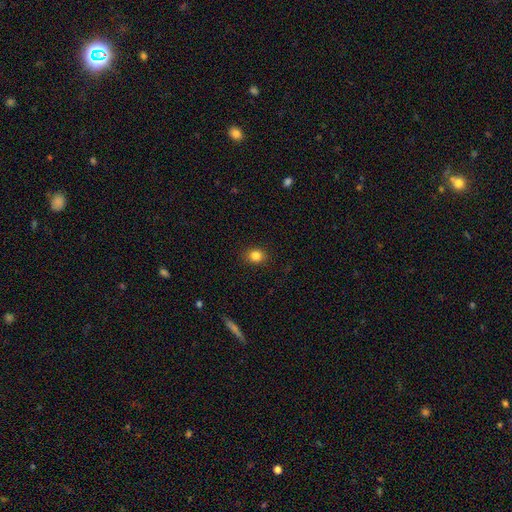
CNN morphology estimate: This is clearly a smooth galaxy (84%). How rounded: likely round (64%). Merging: clearly none (88%).